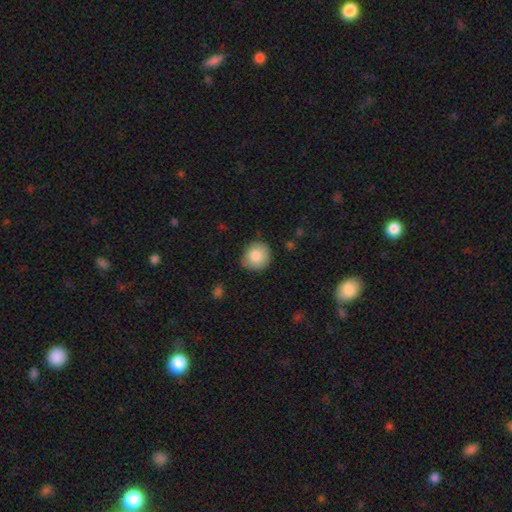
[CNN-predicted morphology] This appears to be a smooth galaxy with no disk features (83%) that is round (88%). Merging: none (79%).